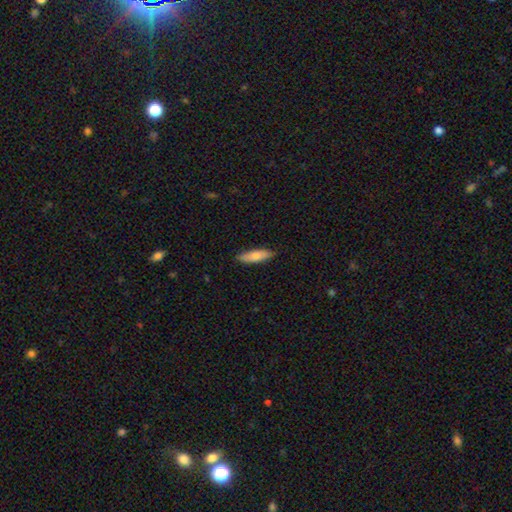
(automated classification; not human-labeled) Smooth or featured? smooth (79%)
How rounded? cigar-shaped (57%)
Merging? none (87%)